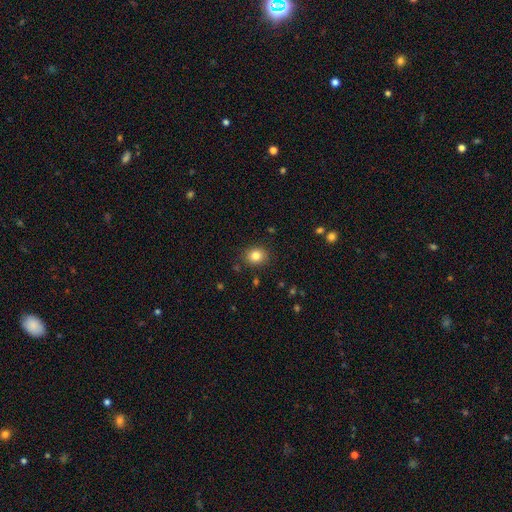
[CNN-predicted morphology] A smooth galaxy with no disk features (82%) that is round (64%).

Vote fractions:
- Smooth or featured? smooth: 82% / star or artifact: 11% / featured or disk: 7%
- How rounded? round: 64% / in between: 35% / cigar-shaped: 1%
- Merging? none: 88% / minor disturbance: 9% / major disturbance: 2% / merger: 2%